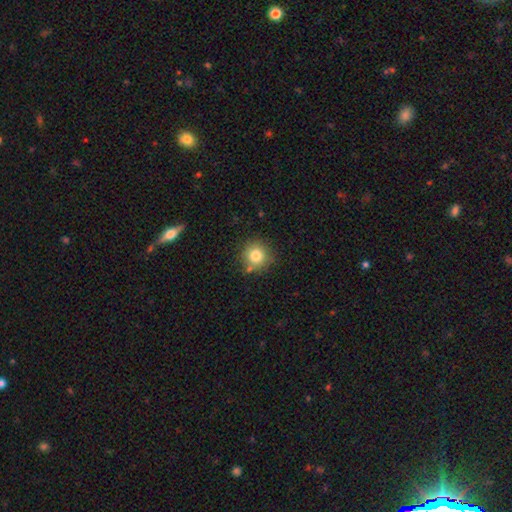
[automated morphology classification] Overall: smooth (81%). How rounded: round (93%). Merging: none (81%).